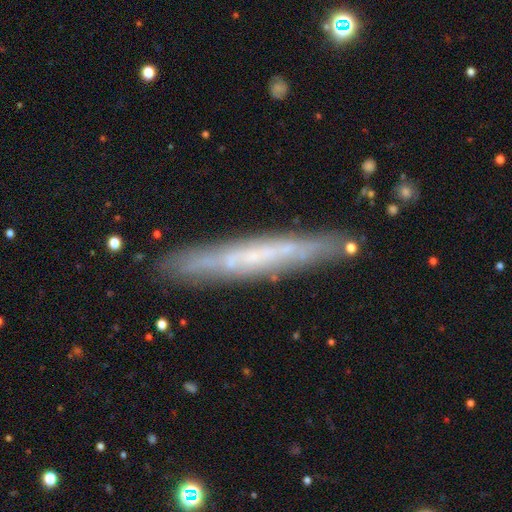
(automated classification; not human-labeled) Morphology: type=featured or disk (61%); edge-on=yes (85%); edge-on bulge=none (80%); merging=none (85%).